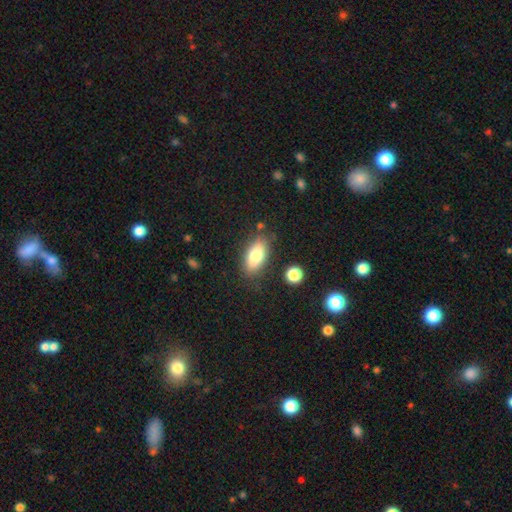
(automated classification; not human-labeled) Smooth or featured?
  - smooth: 78% *
  - featured or disk: 15%
  - star or artifact: 8%
How rounded?
  - in between: 87% *
  - cigar-shaped: 9%
  - round: 4%
Merging?
  - none: 80% *
  - minor disturbance: 13%
  - major disturbance: 4%
  - merger: 3%